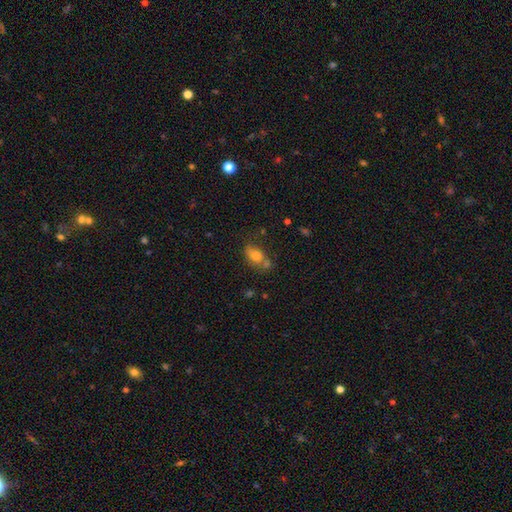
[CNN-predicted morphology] Smooth or featured?
  - smooth: 73% *
  - featured or disk: 14%
  - star or artifact: 13%
How rounded?
  - in between: 77% *
  - round: 19%
  - cigar-shaped: 4%
Merging?
  - none: 52% *
  - merger: 22%
  - minor disturbance: 19%
  - major disturbance: 7%